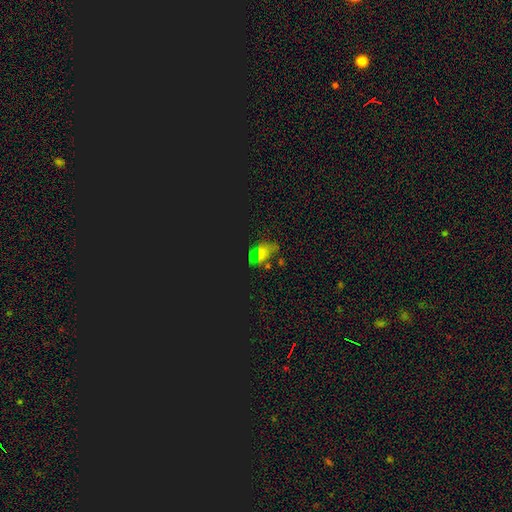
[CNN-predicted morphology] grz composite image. It shows a star or artifact, not a galaxy (61%).